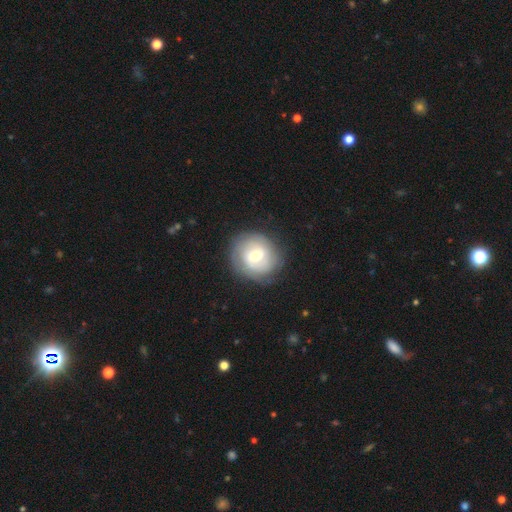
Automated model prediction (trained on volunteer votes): Overall: featured or disk (59%; smooth 34%). Edge-on disk: no (97%). Bar: weak (50%; no 37%). Spiral arms: yes (80%). Bulge size: moderate (64%; small 26%). Merging: none (79%).